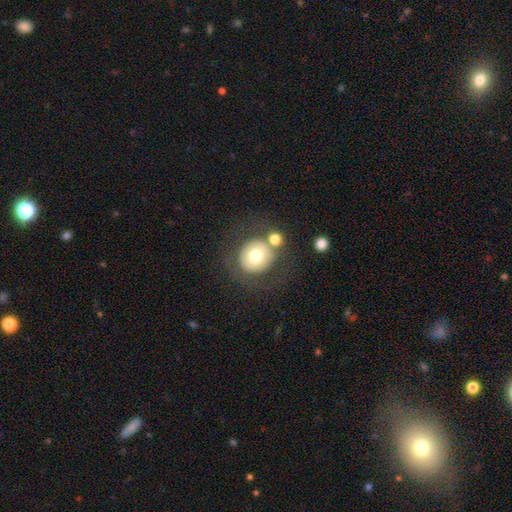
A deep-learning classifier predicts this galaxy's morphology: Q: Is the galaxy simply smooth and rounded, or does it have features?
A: smooth — 67%.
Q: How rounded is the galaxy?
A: round — 89%.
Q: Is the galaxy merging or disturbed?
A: none — 65%.